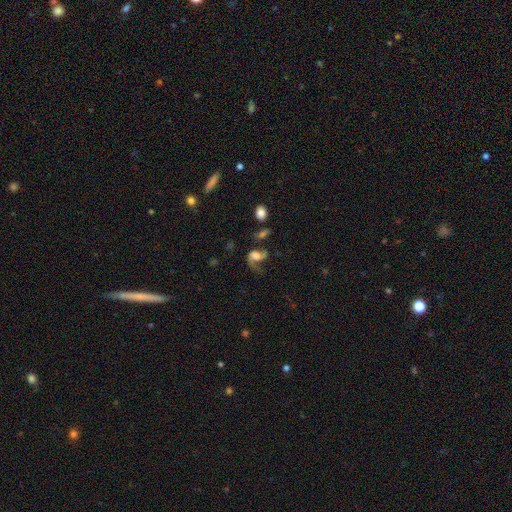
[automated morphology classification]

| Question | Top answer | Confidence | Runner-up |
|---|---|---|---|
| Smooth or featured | featured or disk | 60% | smooth (30%) |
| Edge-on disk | no | 97% | yes (3%) |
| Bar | no | 60% | weak (30%) |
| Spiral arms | yes | 85% | no (15%) |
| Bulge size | large | 42% | moderate (29%) |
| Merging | major disturbance | 39% | none (33%) |